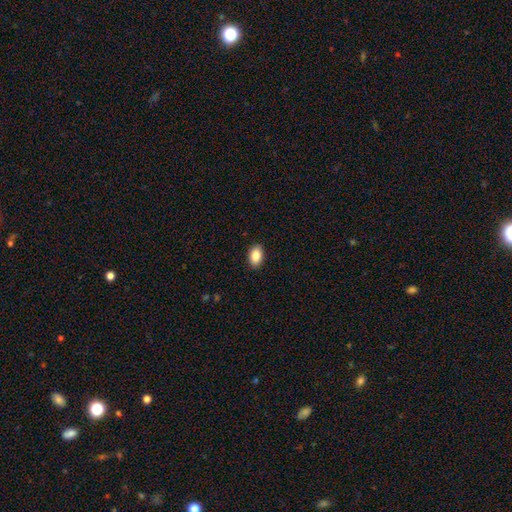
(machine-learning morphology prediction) This appears to be a smooth galaxy with no disk features (87%) that is in between round and cigar-shaped (91%). Merging: none (90%).